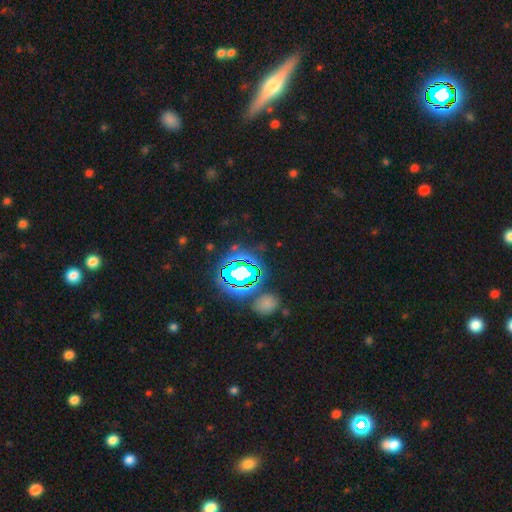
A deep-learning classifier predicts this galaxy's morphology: This is likely a star or artifact rather than a galaxy (73%).